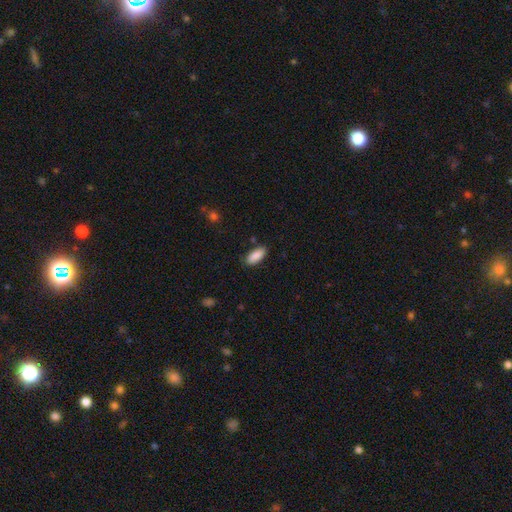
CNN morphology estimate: type=smooth (89%); roundness=in between (86%); merging=none (85%).